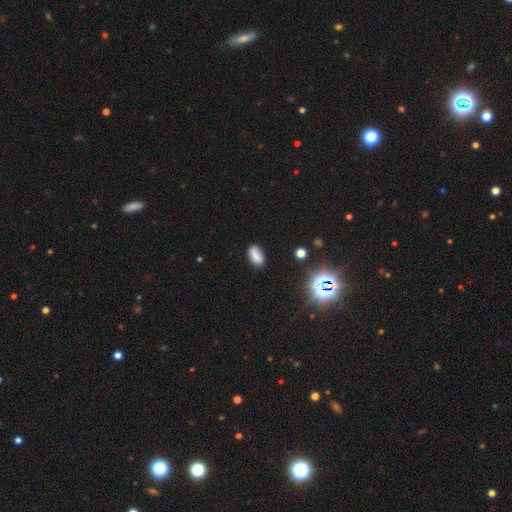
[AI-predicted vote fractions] smooth_or_featured: smooth (p=0.77) [alt: star or artifact p=0.13]
how_rounded: in between (p=0.88) [alt: cigar-shaped p=0.06]
merging: none (p=0.73) [alt: minor disturbance p=0.18]